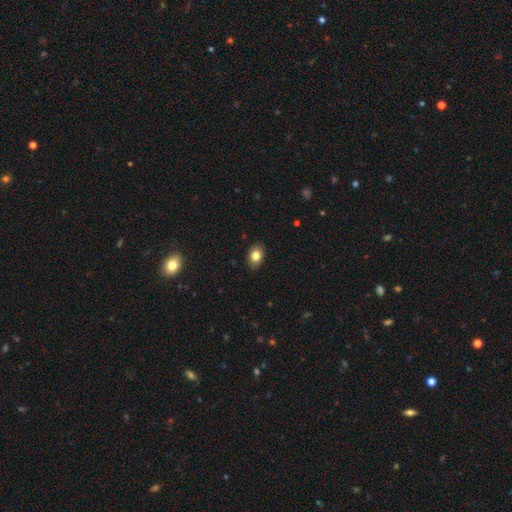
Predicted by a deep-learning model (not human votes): Q: Smooth or featured?
A: smooth (83%); runner-up: star or artifact (9%)
Q: How rounded?
A: in between (77%); runner-up: round (22%)
Q: Merging?
A: none (88%); runner-up: minor disturbance (9%)